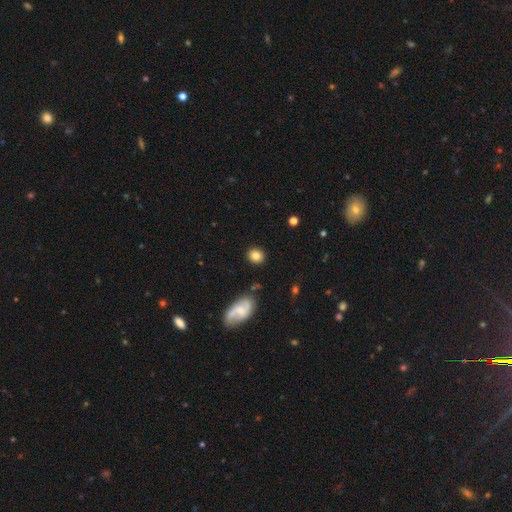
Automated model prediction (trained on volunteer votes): Morphology: type=smooth (80%); roundness=round (77%); merging=none (87%).